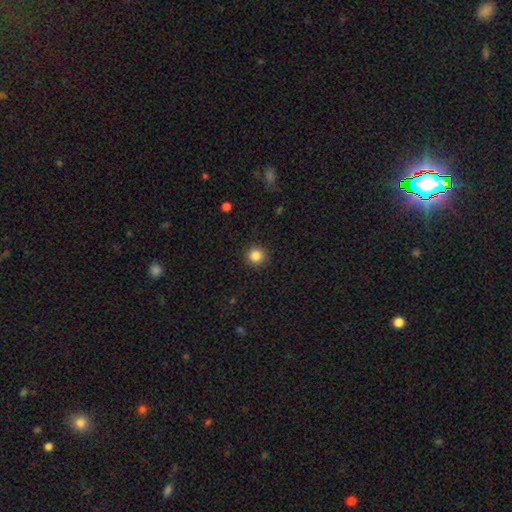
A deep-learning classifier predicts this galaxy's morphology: Smooth or featured? smooth (85%)
How rounded? round (95%)
Merging? none (91%)